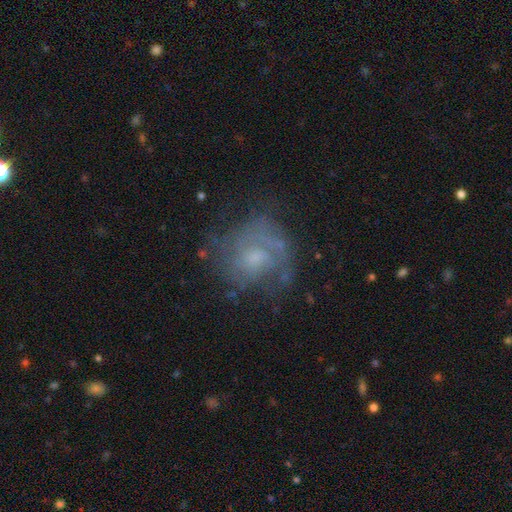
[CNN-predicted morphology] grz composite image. It shows a featured or disk galaxy (62%) with no bar (74%), spiral arms (73%) and a moderate central bulge (43%). Merging: none (61%).